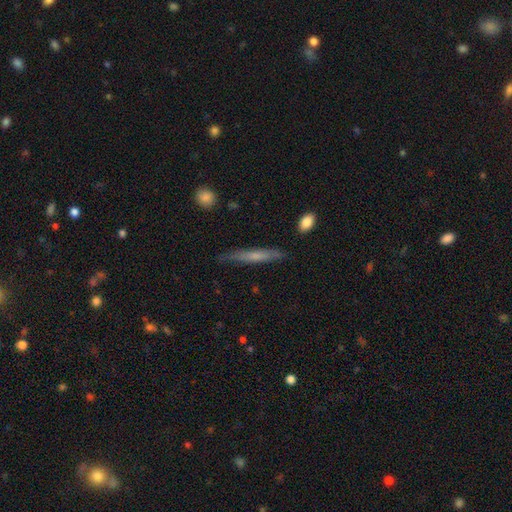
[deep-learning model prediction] This appears to be a smooth galaxy with no disk features (54%) that is cigar-shaped (94%). Merging: none (80%).